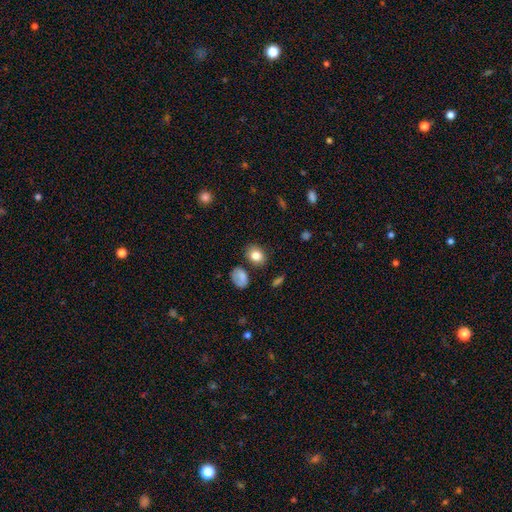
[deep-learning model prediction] Smooth or featured? Predicted: smooth (p=0.83). How rounded? Predicted: in between (p=0.61). Merging? Predicted: none (p=0.81).